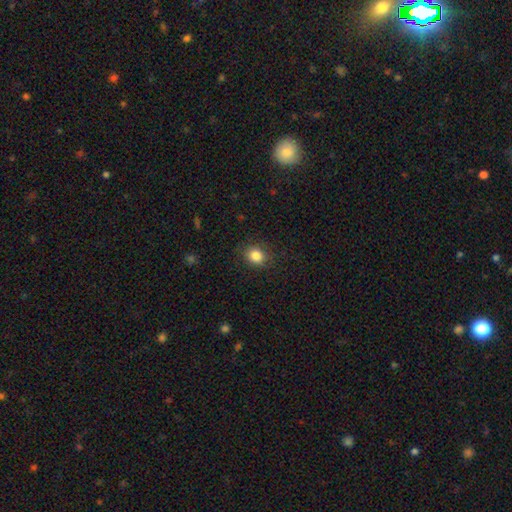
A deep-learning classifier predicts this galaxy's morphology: type=smooth (84%); roundness=round (68%); merging=none (86%).